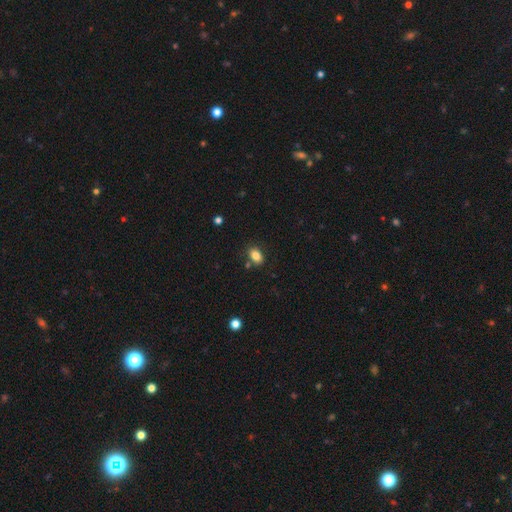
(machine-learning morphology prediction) A smooth galaxy with no disk features (84%) that is in between round and cigar-shaped (84%).

Vote fractions:
- Smooth or featured? smooth: 84% / star or artifact: 10% / featured or disk: 7%
- How rounded? in between: 84% / round: 14% / cigar-shaped: 2%
- Merging? none: 77% / minor disturbance: 13% / merger: 7% / major disturbance: 3%